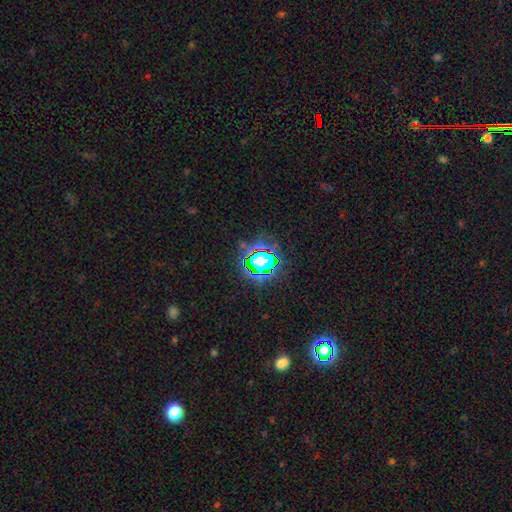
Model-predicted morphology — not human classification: Q: Smooth or featured?
A: star or artifact (66%); runner-up: smooth (23%)